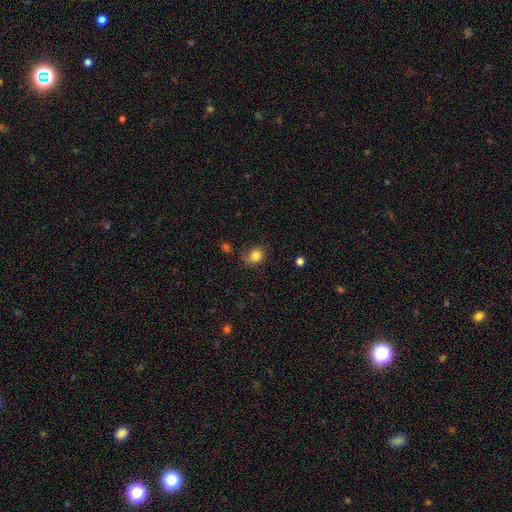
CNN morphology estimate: Smooth or featured: smooth — 82% (star or artifact — 11%)
How rounded: round — 64% (in between — 35%)
Merging: none — 59% (minor disturbance — 28%)